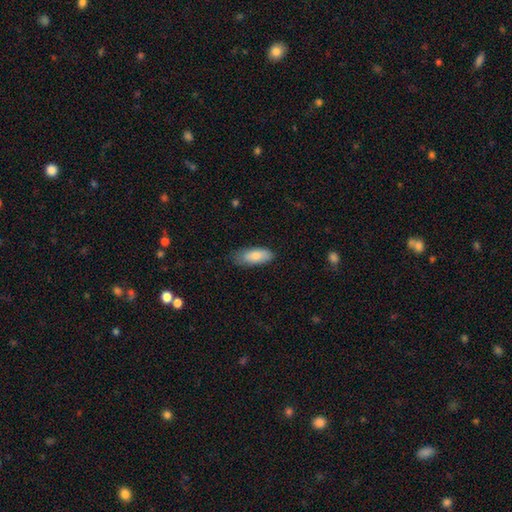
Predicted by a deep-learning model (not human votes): A smooth galaxy with no disk features (84%) that is in between round and cigar-shaped (82%).

Vote fractions:
- Smooth or featured? smooth: 84% / featured or disk: 10% / star or artifact: 6%
- How rounded? in between: 82% / cigar-shaped: 16% / round: 2%
- Merging? none: 73% / minor disturbance: 22% / major disturbance: 4% / merger: 1%